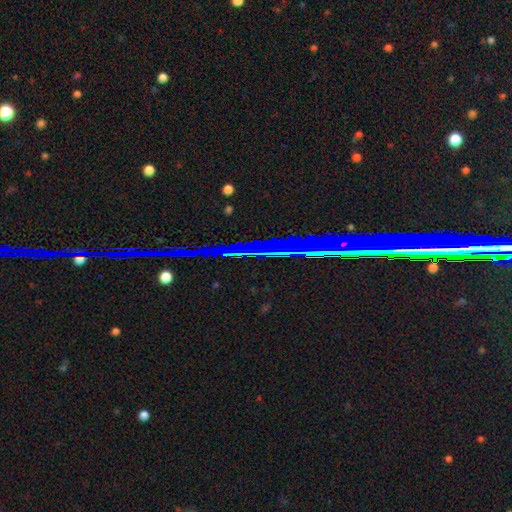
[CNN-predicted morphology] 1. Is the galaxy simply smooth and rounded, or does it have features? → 74% star or artifact, 15% featured or disk, 11% smooth.